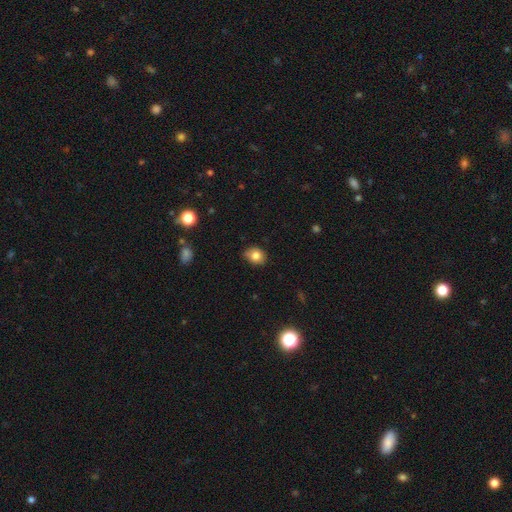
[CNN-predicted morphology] Overall: smooth (82%). How rounded: round (61%; in between 38%). Merging: none (73%).